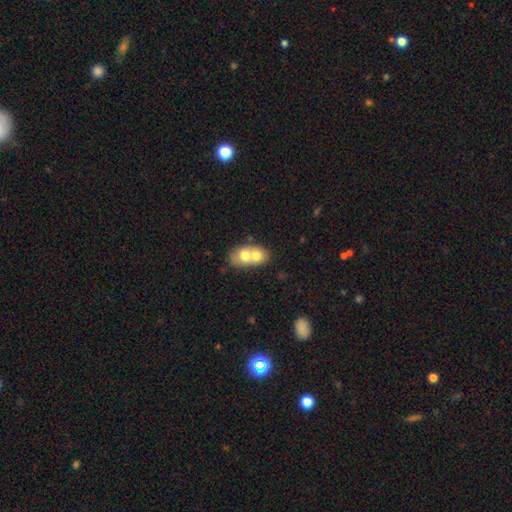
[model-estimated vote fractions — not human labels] This is likely a smooth galaxy (65%). How rounded: likely in between (65%). Merging: likely merger (74%).